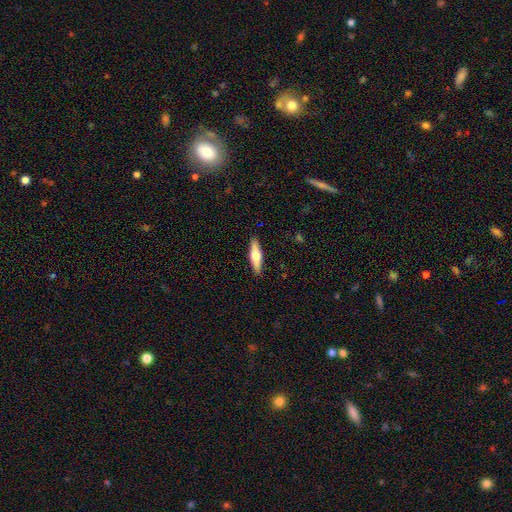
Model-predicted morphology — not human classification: Smooth or featured?
  - featured or disk: 51% *
  - smooth: 44%
  - star or artifact: 5%
Edge-on disk?
  - yes: 94% *
  - no: 6%
Merging?
  - none: 91% *
  - minor disturbance: 7%
  - major disturbance: 1%
  - merger: 1%